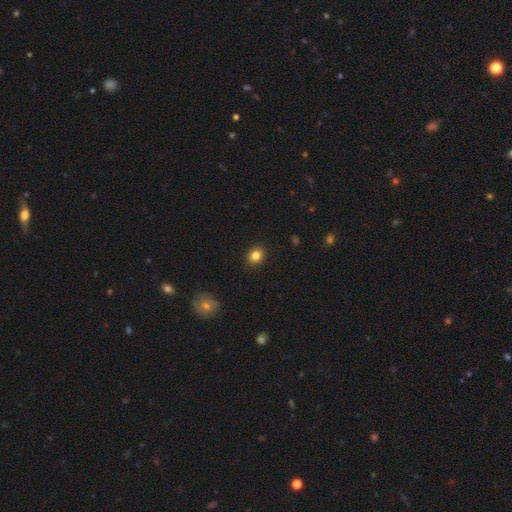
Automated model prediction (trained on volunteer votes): Smooth or featured?
  - smooth: 83% *
  - star or artifact: 11%
  - featured or disk: 6%
How rounded?
  - round: 61% *
  - in between: 38%
  - cigar-shaped: 1%
Merging?
  - none: 90% *
  - minor disturbance: 7%
  - major disturbance: 2%
  - merger: 1%